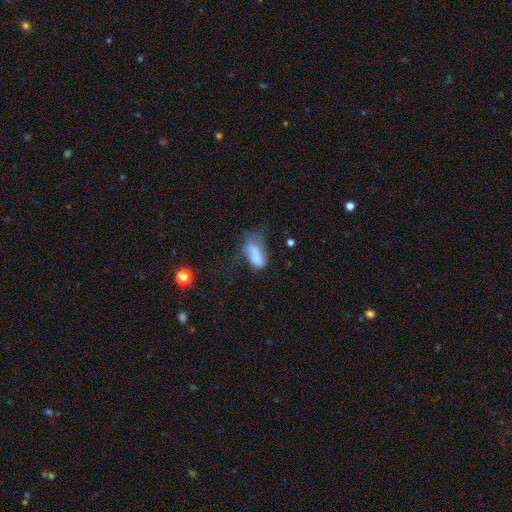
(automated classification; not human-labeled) The model was most divided on "merging": major disturbance: 44%, minor disturbance: 26%, none: 21%, merger: 9%. More confident: how rounded — in between (83%); smooth or featured — smooth (67%).